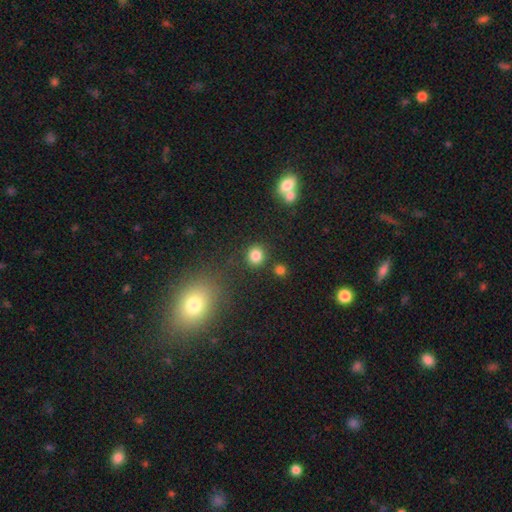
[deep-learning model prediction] This appears to be a smooth galaxy with no disk features (83%) that is round (85%). Merging: none (85%).